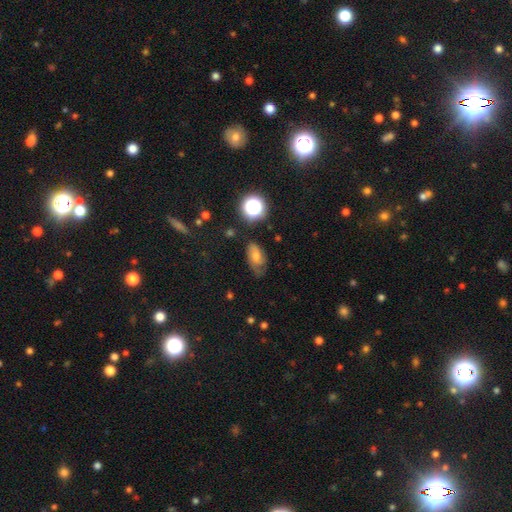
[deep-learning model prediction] Morphology: type=smooth (51%); roundness=in between (84%); merging=none (53%).